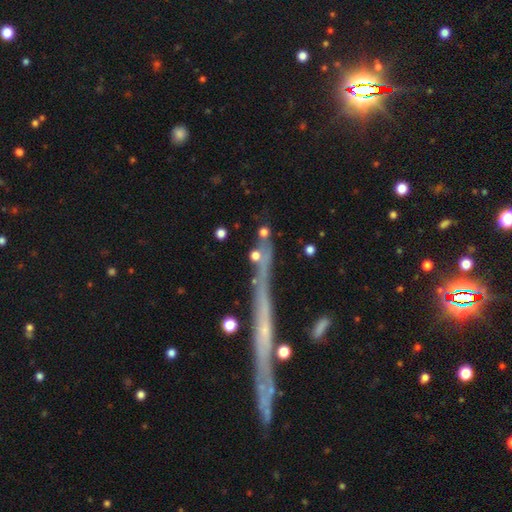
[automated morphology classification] Overall: smooth (48%; star or artifact 29%). Merging: none (67%).